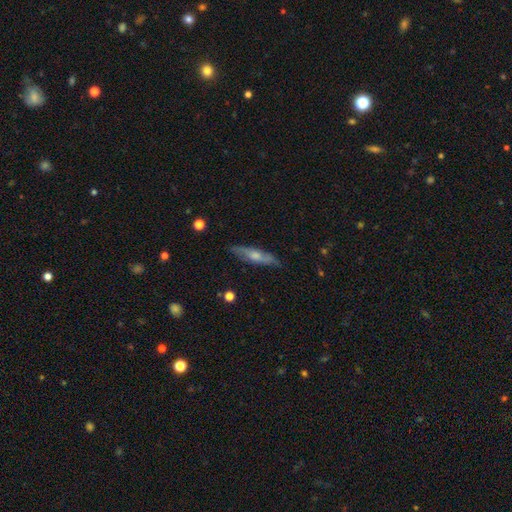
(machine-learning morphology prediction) A featured or disk galaxy (52%) viewed edge-on (72%). Merging: none (81%).